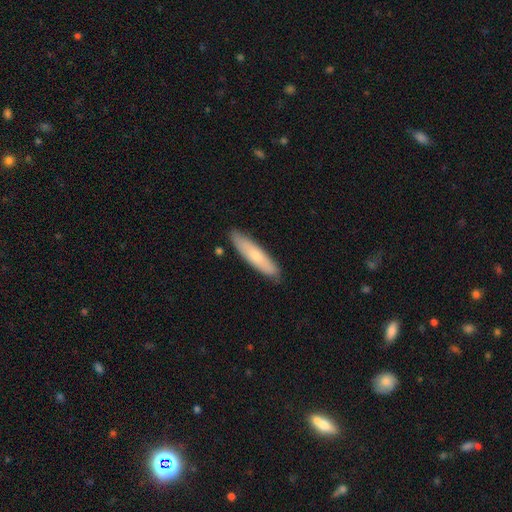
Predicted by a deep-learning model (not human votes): Overall: smooth (68%). How rounded: cigar-shaped (79%). Merging: none (86%).